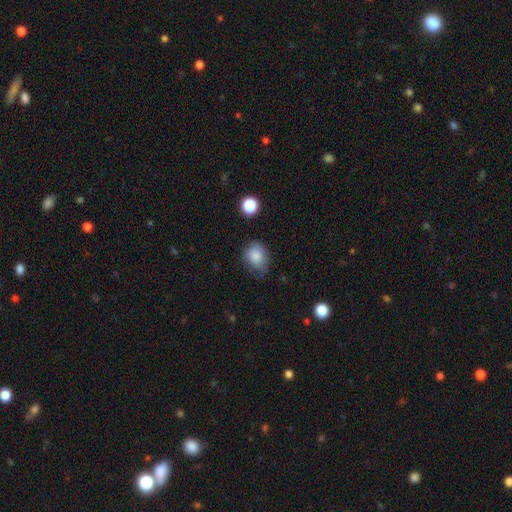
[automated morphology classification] Q: Smooth or featured?
A: smooth (81%); runner-up: featured or disk (9%)
Q: How rounded?
A: in between (50%); runner-up: round (49%)
Q: Merging?
A: none (54%); runner-up: minor disturbance (34%)